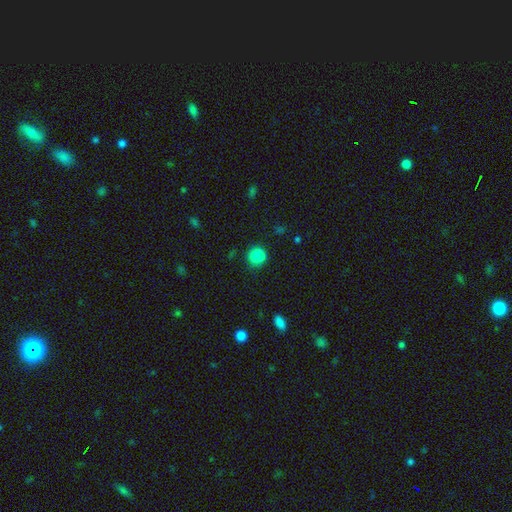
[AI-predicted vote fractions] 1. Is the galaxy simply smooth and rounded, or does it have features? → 80% smooth, 11% star or artifact, 9% featured or disk.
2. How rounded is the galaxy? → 80% round, 19% in between, 1% cigar-shaped.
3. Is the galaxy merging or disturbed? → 59% none, 20% merger, 16% minor disturbance, 5% major disturbance.